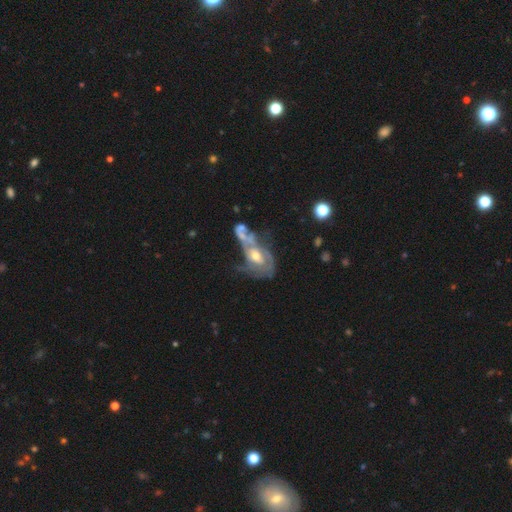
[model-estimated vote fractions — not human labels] Q: Smooth or featured?
A: featured or disk (77%); runner-up: smooth (15%)
Q: Edge-on disk?
A: no (94%); runner-up: yes (6%)
Q: Bar?
A: no (63%); runner-up: weak (28%)
Q: Spiral arms?
A: yes (75%); runner-up: no (25%)
Q: Spiral winding?
A: tight (43%); runner-up: medium (35%)
Q: Spiral arm count?
A: can't tell (38%); runner-up: 2 (37%)
Q: Bulge size?
A: moderate (63%); runner-up: small (29%)
Q: Merging?
A: merger (35%); runner-up: major disturbance (27%)